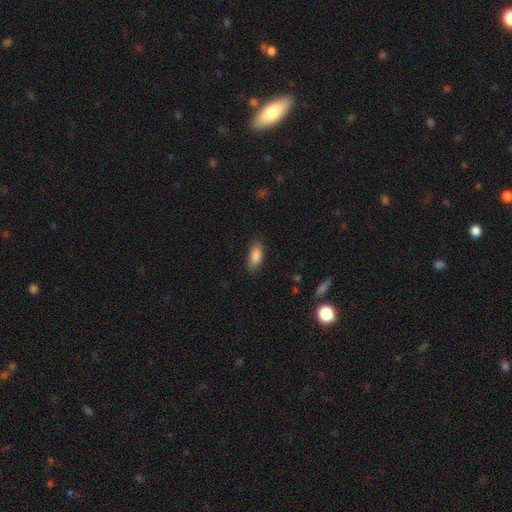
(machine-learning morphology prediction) smooth 86%, star or artifact 7%, featured or disk 7%. Down the decision tree: how rounded — in between (84%); merging — none (84%).